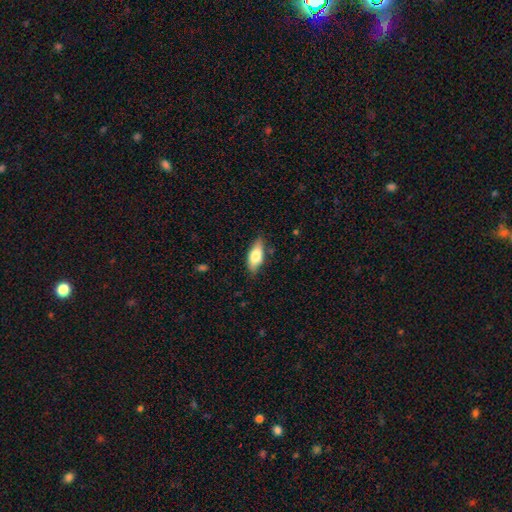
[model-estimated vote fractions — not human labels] Smooth or featured?
  - smooth: 72% *
  - featured or disk: 21%
  - star or artifact: 7%
How rounded?
  - in between: 78% *
  - cigar-shaped: 20%
  - round: 3%
Merging?
  - none: 78% *
  - minor disturbance: 17%
  - major disturbance: 3%
  - merger: 2%